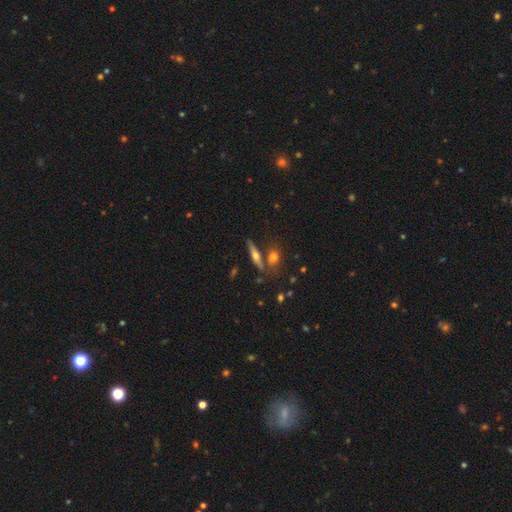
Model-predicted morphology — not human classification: This appears to be a featured or disk galaxy (52%) viewed edge-on (91%). Merging: none (69%).